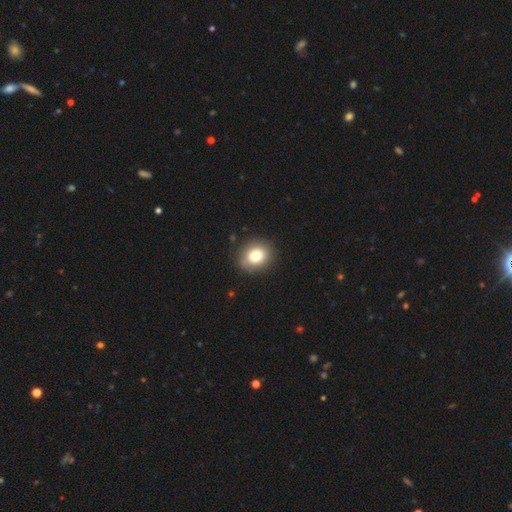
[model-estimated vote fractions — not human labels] Smooth or featured? smooth (79%)
How rounded? round (72%)
Merging? none (83%)